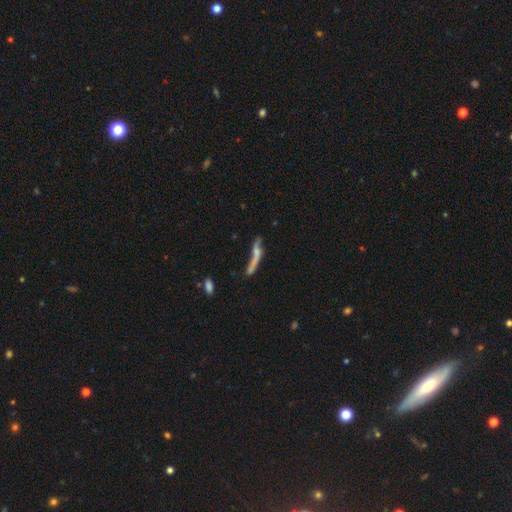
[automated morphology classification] Smooth or featured?
  - featured or disk: 55% *
  - smooth: 35%
  - star or artifact: 10%
Edge-on disk?
  - yes: 60% *
  - no: 40%
Merging?
  - none: 39% *
  - major disturbance: 24%
  - minor disturbance: 22%
  - merger: 16%